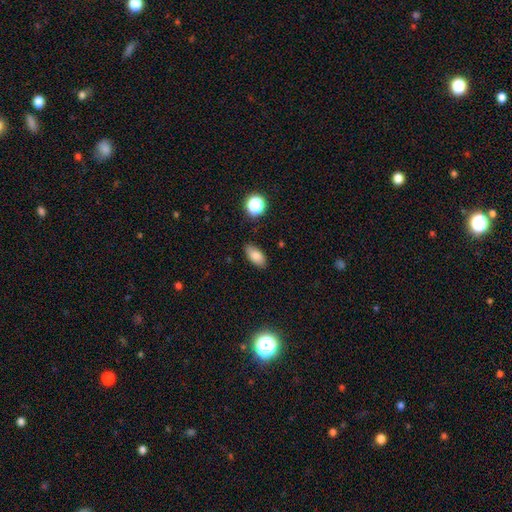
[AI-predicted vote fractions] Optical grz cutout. It shows a smooth galaxy with no disk features (83%) that is in between round and cigar-shaped (89%). Merging: none (84%).